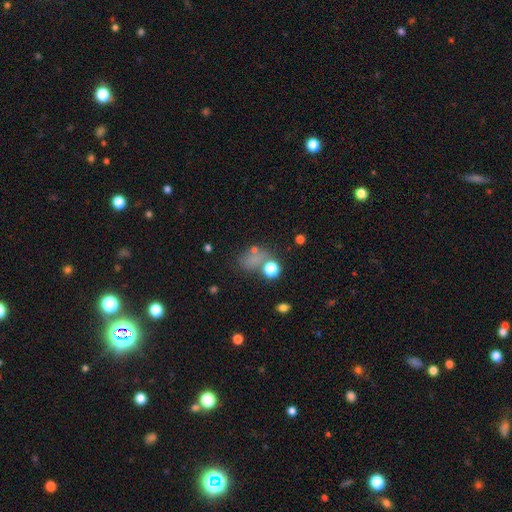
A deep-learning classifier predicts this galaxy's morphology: Overall: smooth (52%; star or artifact 36%). How rounded: in between (50%; round 47%). Merging: none (54%; minor disturbance 17%).